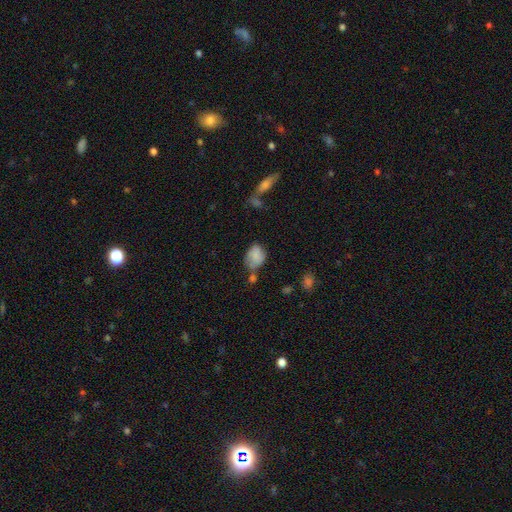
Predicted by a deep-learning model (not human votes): smooth_or_featured: smooth (p=0.79) [alt: featured or disk p=0.12]
how_rounded: in between (p=0.70) [alt: round p=0.29]
merging: none (p=0.41) [alt: minor disturbance p=0.31]